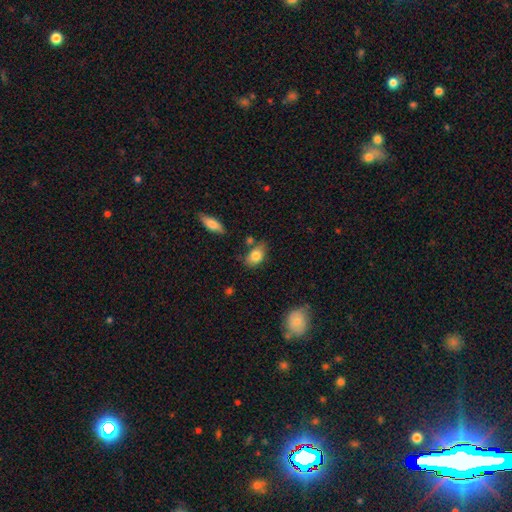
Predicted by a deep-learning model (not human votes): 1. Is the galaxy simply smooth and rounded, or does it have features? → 81% smooth, 11% featured or disk, 8% star or artifact.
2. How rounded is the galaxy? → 80% in between, 18% round, 2% cigar-shaped.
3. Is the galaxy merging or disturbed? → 57% none, 29% minor disturbance, 7% merger, 7% major disturbance.